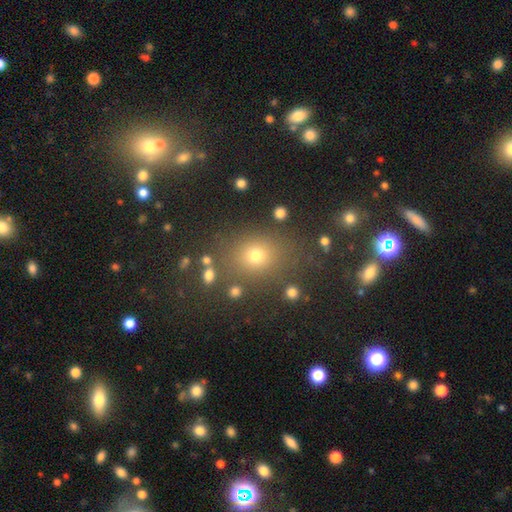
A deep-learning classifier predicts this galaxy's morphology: type=smooth (66%); roundness=round (69%); merging=none (79%).